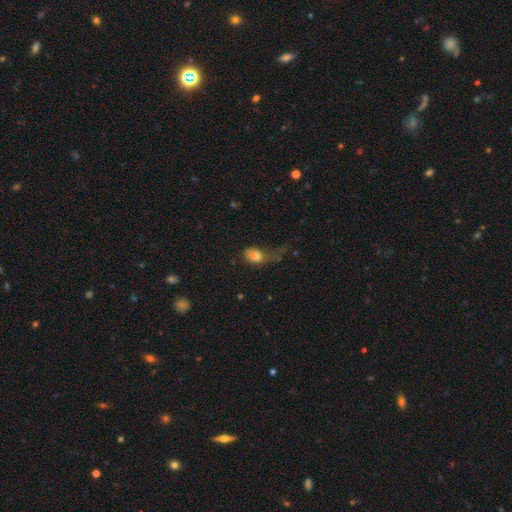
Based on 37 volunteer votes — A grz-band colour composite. It shows a smooth galaxy with no disk features (78%) that is in between round and cigar-shaped (79%). Merging: major disturbance (47%).